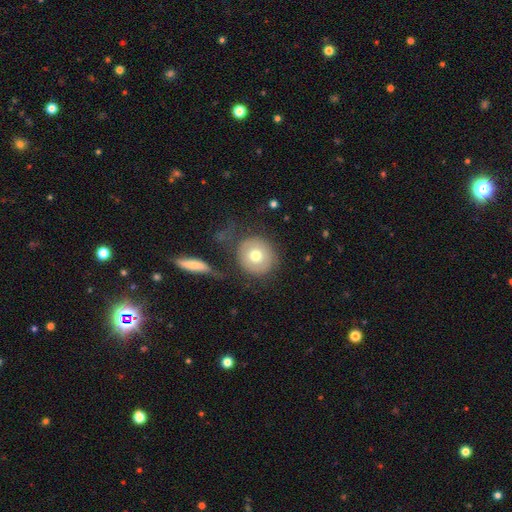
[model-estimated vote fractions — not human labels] This appears to be a smooth galaxy with no disk features (69%) that is round (88%). Merging: none (67%).